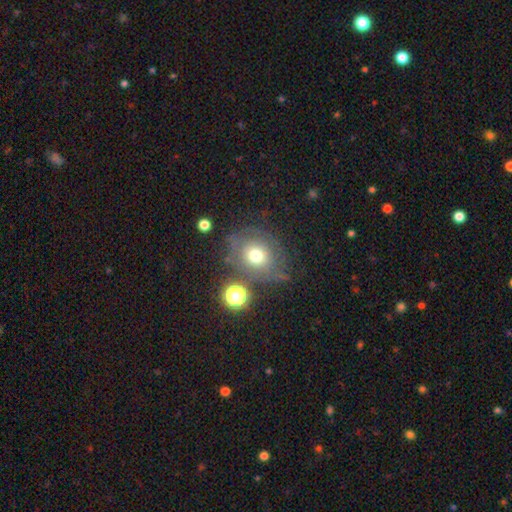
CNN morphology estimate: Smooth or featured? Predicted: smooth (p=0.63). How rounded? Predicted: round (p=0.72). Merging? Predicted: none (p=0.63).